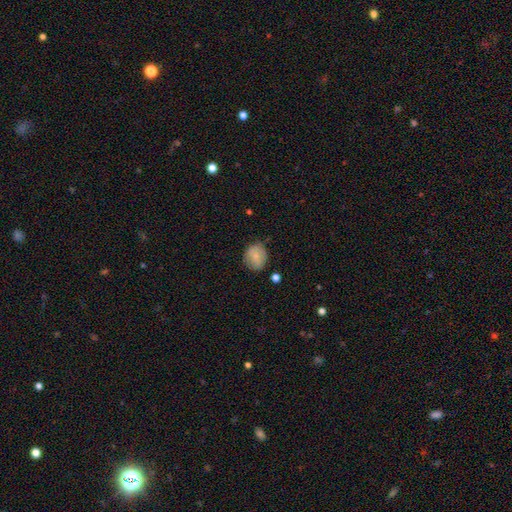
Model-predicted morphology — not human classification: Smooth or featured? smooth (78%)
How rounded? round (70%)
Merging? none (74%)